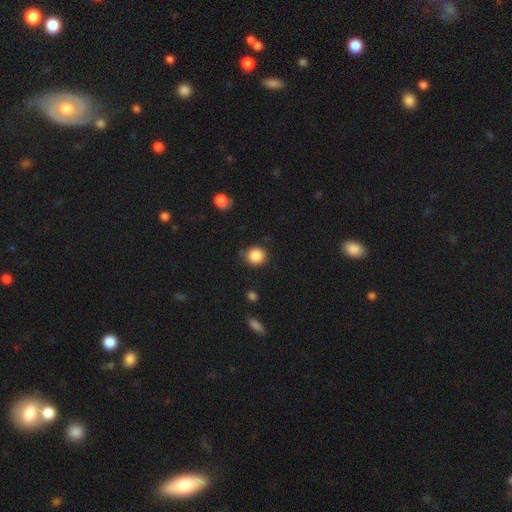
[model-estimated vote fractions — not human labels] Overall: smooth (87%). How rounded: round (89%). Merging: none (83%).